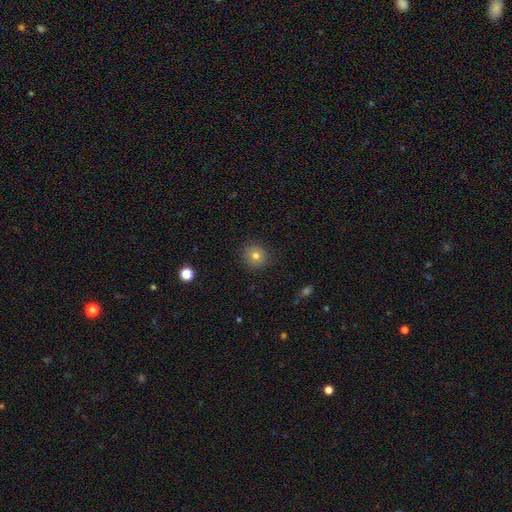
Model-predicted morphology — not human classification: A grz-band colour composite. It shows a smooth galaxy with no disk features (77%) that is round (88%). Merging: none (88%).